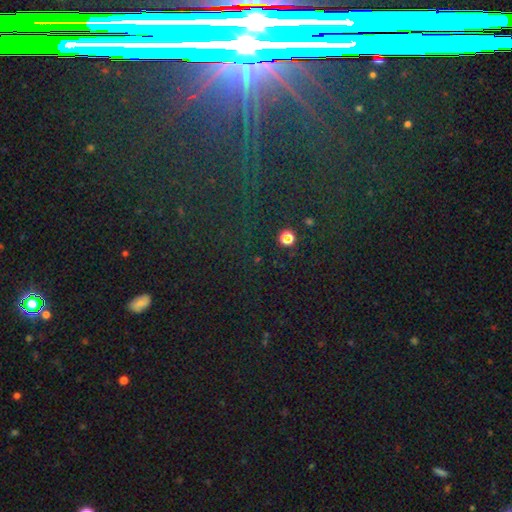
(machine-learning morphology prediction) Smooth or featured? Predicted: star or artifact (p=0.74).